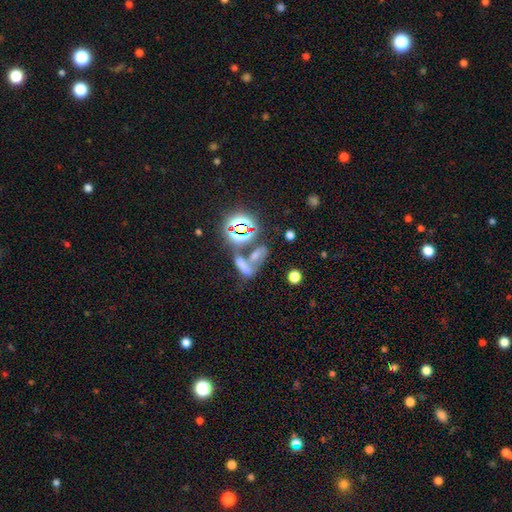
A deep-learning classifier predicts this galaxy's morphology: A smooth galaxy with no disk features (49%).

Vote fractions:
- Smooth or featured? smooth: 49% / star or artifact: 34% / featured or disk: 17%
- Merging? merger: 56% / none: 27% / minor disturbance: 9% / major disturbance: 9%